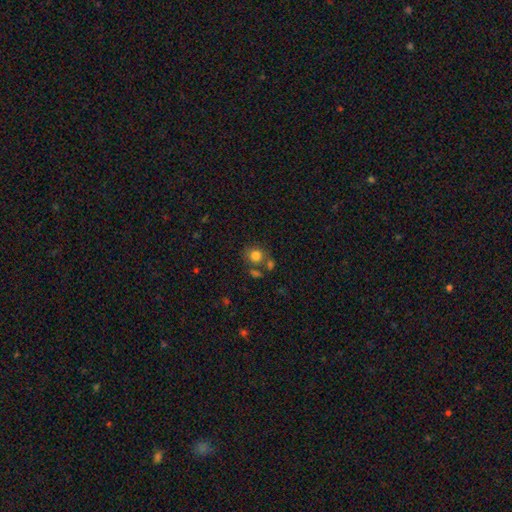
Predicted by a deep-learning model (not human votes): Smooth or featured? Predicted: smooth (p=0.80). How rounded? Predicted: round (p=0.82). Merging? Predicted: none (p=0.64).